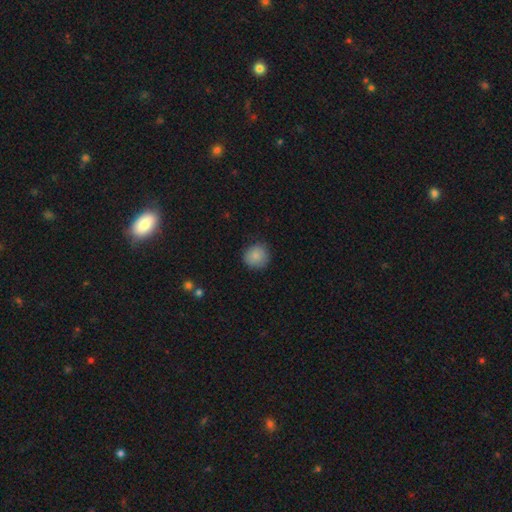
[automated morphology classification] Smooth or featured? Predicted: smooth (p=0.86). How rounded? Predicted: round (p=0.91). Merging? Predicted: none (p=0.84).